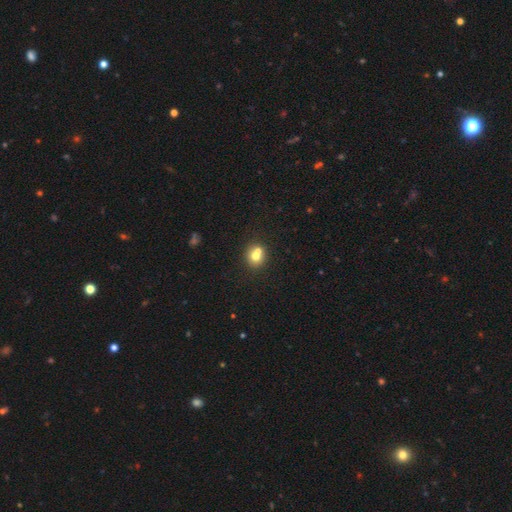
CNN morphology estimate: A smooth galaxy with no disk features (71%) that is round (80%).

Vote fractions:
- Smooth or featured? smooth: 71% / featured or disk: 16% / star or artifact: 13%
- How rounded? round: 80% / in between: 19% / cigar-shaped: 1%
- Merging? none: 49% / merger: 41% / minor disturbance: 7% / major disturbance: 3%